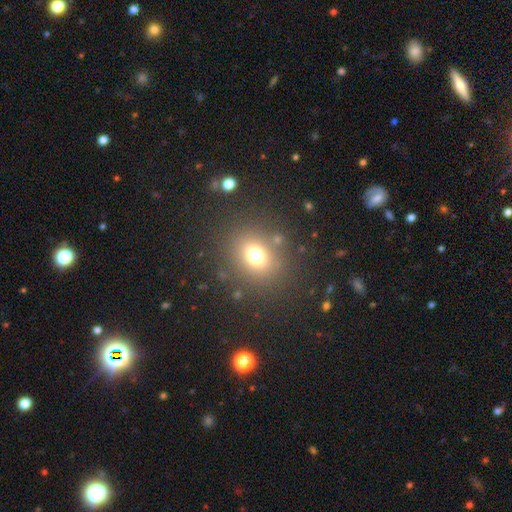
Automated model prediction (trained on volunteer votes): smooth-or-featured: smooth: 71% | star or artifact: 18% | featured or disk: 11%
  how-rounded: round: 59% | in between: 40% | cigar-shaped: 1%
  merging: none: 80% | minor disturbance: 10% | major disturbance: 6% | merger: 5%